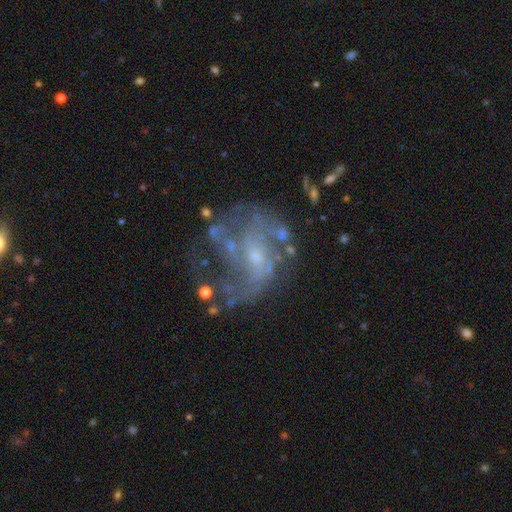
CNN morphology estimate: Smooth or featured? Predicted: featured or disk (p=0.79). Edge-on disk? Predicted: no (p=0.98). Bar? Predicted: no (p=0.60). Spiral arms? Predicted: yes (p=0.72). Spiral winding? Predicted: loose (p=0.40). Spiral arm count? Predicted: can't tell (p=0.34). Bulge size? Predicted: small (p=0.57). Merging? Predicted: none (p=0.44).